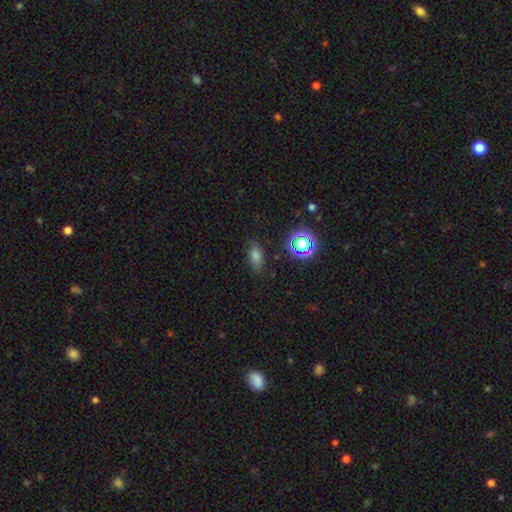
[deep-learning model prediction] Morphology: type=smooth (72%); roundness=in between (80%); merging=none (81%).